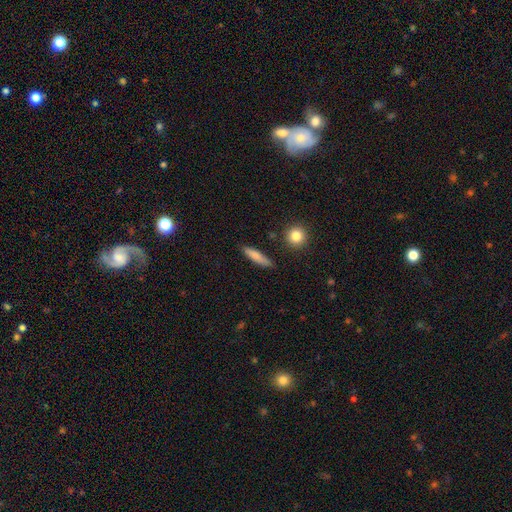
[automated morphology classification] Q: Smooth or featured?
A: smooth (79%); runner-up: featured or disk (14%)
Q: How rounded?
A: cigar-shaped (81%); runner-up: in between (16%)
Q: Merging?
A: none (86%); runner-up: minor disturbance (10%)